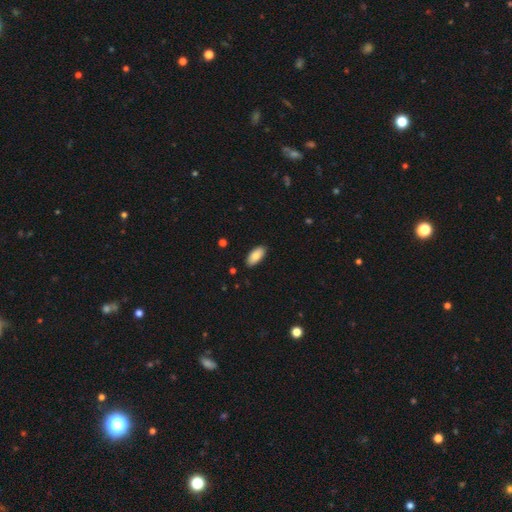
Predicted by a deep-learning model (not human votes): smooth-or-featured: smooth: 85% | featured or disk: 9% | star or artifact: 6%
  how-rounded: in between: 91% | cigar-shaped: 7% | round: 2%
  merging: none: 88% | minor disturbance: 9% | major disturbance: 2% | merger: 1%